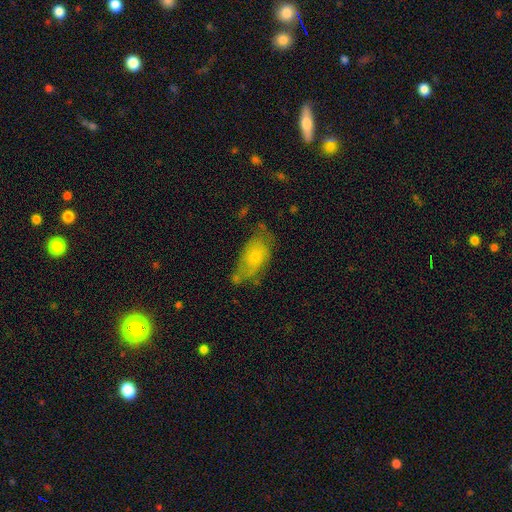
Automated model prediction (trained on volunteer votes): This appears to be a smooth galaxy with no disk features (58%) that is in between round and cigar-shaped (88%). Merging: none (49%).